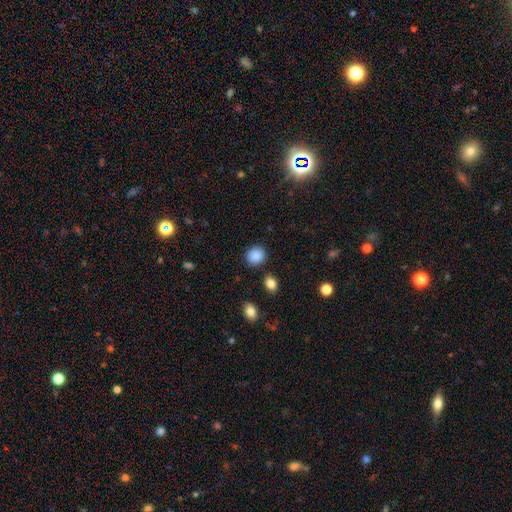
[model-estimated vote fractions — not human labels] This appears to be a smooth galaxy with no disk features (87%) that is round (79%). Merging: none (87%).